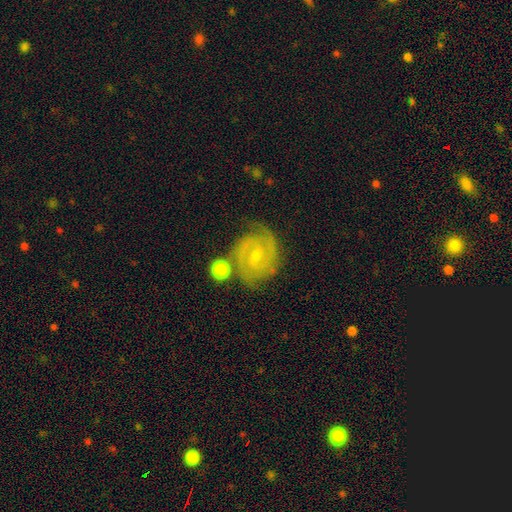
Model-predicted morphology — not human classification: This appears to be a featured or disk galaxy (84%) with a weak bar (49%), 2 (66%) tight (63%) spiral arms (96%) and a small central bulge (68%). Merging: none (72%).